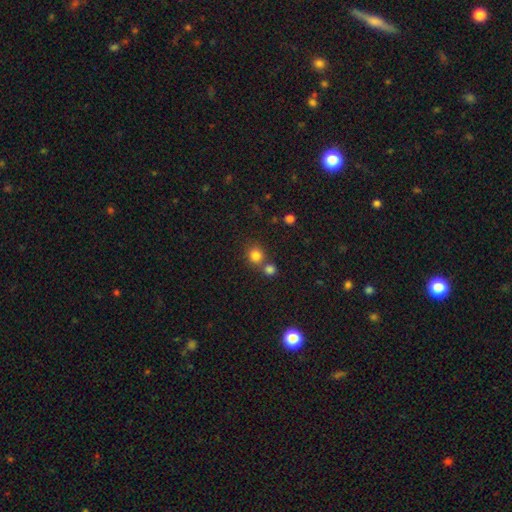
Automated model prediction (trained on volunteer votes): The model was most divided on "merging": none: 60%, merger: 30%, minor disturbance: 7%, major disturbance: 3%. More confident: how rounded — round (86%); smooth or featured — smooth (81%).